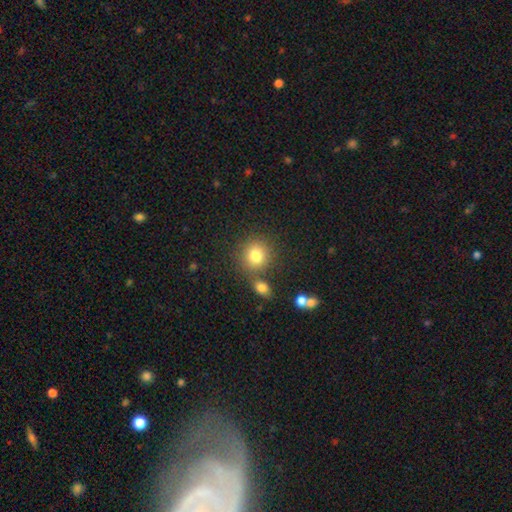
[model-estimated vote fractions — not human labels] The model was most divided on "merging": none: 72%, merger: 15%, minor disturbance: 10%, major disturbance: 4%. More confident: how rounded — round (87%); smooth or featured — smooth (80%).